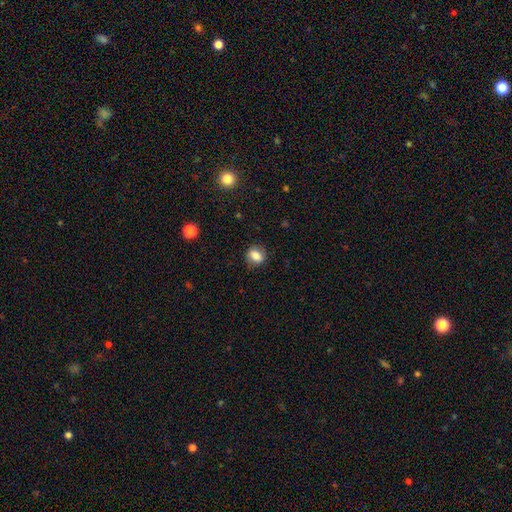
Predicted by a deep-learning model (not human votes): Overall: smooth (79%). How rounded: round (52%; in between 46%). Merging: none (82%).